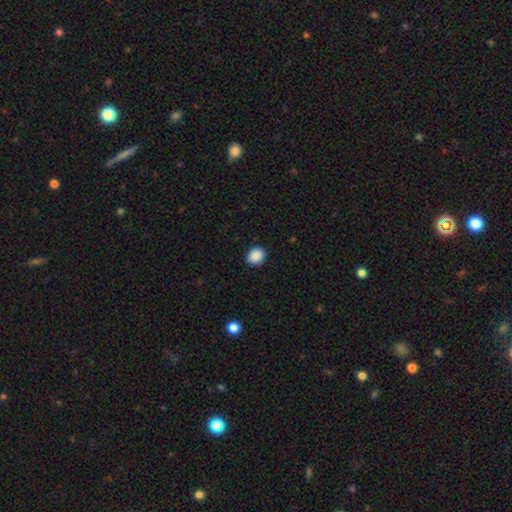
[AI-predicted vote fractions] This appears to be a smooth galaxy with no disk features (88%) that is round (60%). Merging: none (90%).